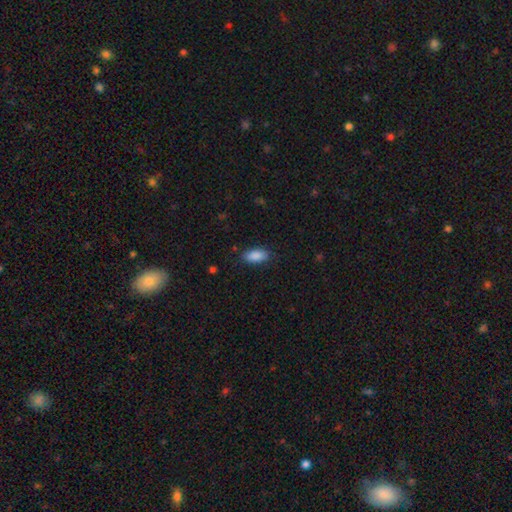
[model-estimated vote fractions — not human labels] smooth_or_featured: smooth (p=0.89) [alt: star or artifact p=0.07]
how_rounded: in between (p=0.90) [alt: cigar-shaped p=0.07]
merging: none (p=0.83) [alt: minor disturbance p=0.12]